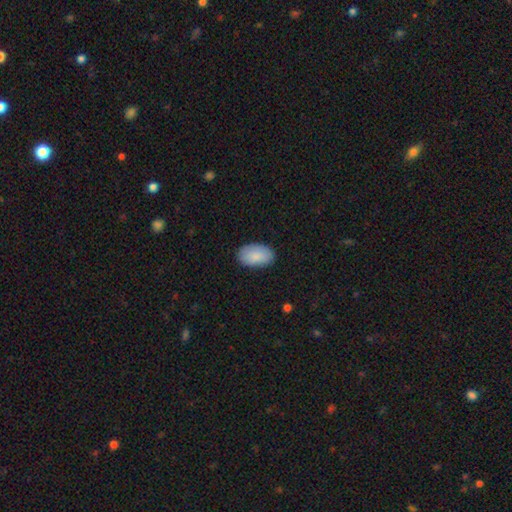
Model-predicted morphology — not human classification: Overall: smooth (87%). How rounded: in between (94%). Merging: none (86%).